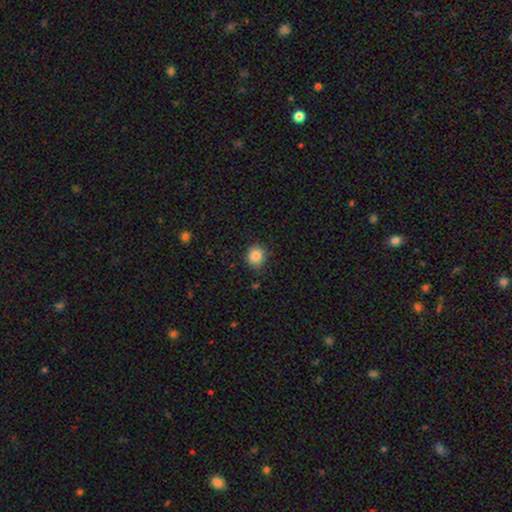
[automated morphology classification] A smooth galaxy with no disk features (85%) that is round (80%). Merging: none (81%).